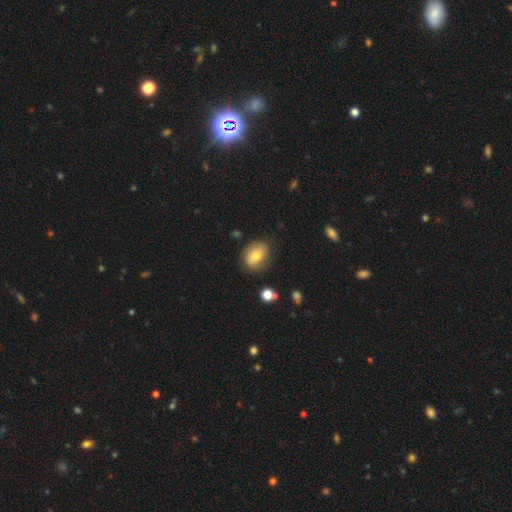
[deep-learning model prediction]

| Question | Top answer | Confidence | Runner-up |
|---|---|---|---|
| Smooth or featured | smooth | 63% | featured or disk (27%) |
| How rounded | in between | 61% | round (38%) |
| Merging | none | 76% | minor disturbance (17%) |